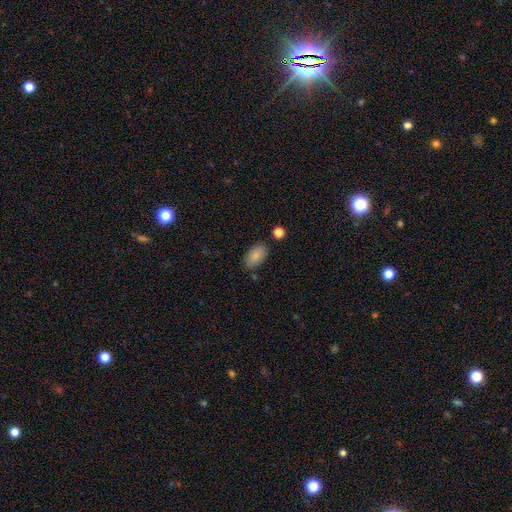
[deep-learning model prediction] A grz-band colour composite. It shows a smooth galaxy with no disk features (85%) that is in between round and cigar-shaped (93%). Merging: none (81%).